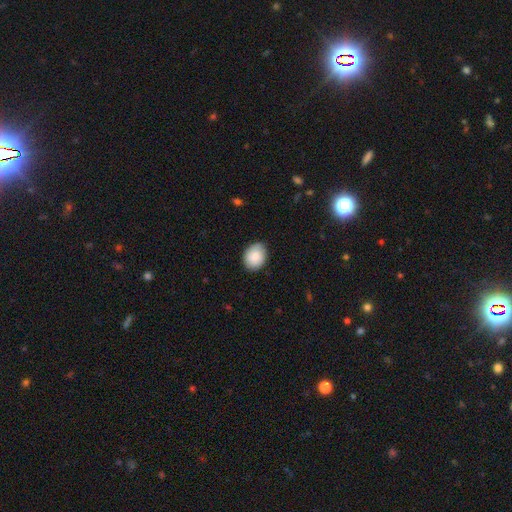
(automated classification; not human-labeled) This appears to be a smooth galaxy with no disk features (86%) that is in between round and cigar-shaped (54%). Merging: none (82%).